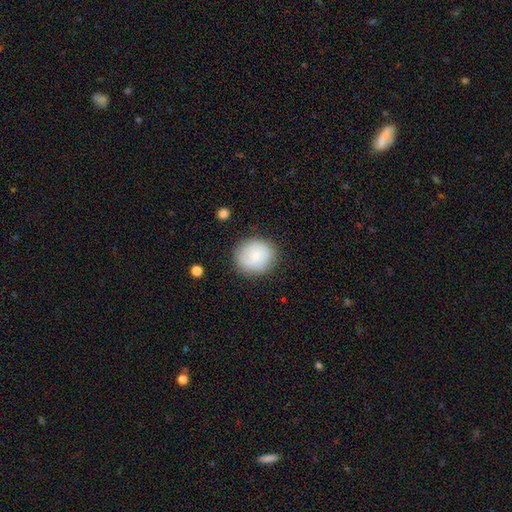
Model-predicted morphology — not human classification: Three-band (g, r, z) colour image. It shows a smooth galaxy with no disk features (74%) that is round (87%). Merging: none (83%).